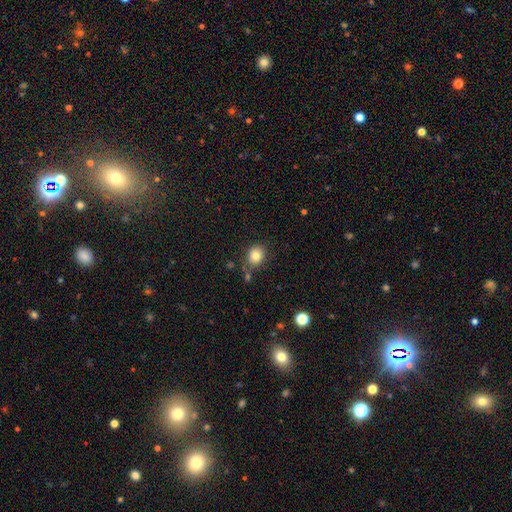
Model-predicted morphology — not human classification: smooth_or_featured: smooth (p=0.81) [alt: star or artifact p=0.11]
how_rounded: round (p=0.75) [alt: in between p=0.24]
merging: none (p=0.71) [alt: minor disturbance p=0.16]